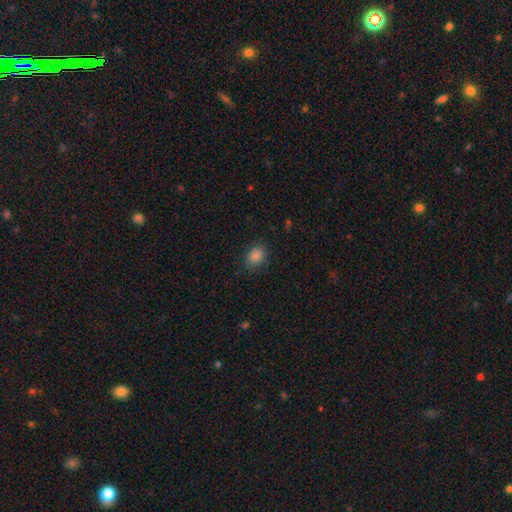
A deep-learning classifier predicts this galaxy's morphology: smooth-or-featured: smooth: 85% | star or artifact: 11% | featured or disk: 4%
  how-rounded: in between: 66% | round: 33% | cigar-shaped: 1%
  merging: none: 85% | minor disturbance: 11% | major disturbance: 3% | merger: 1%